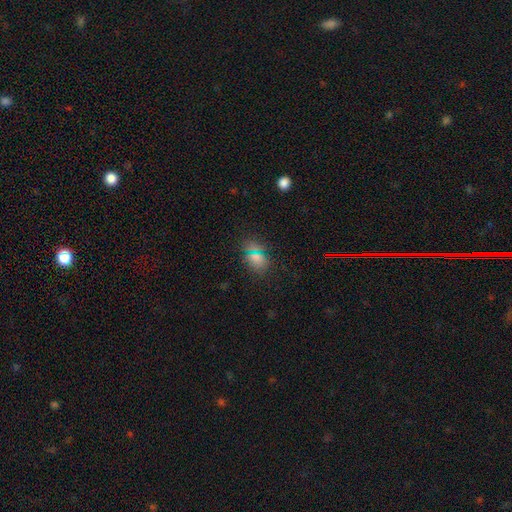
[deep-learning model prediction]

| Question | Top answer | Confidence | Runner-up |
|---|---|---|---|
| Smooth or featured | smooth | 67% | star or artifact (25%) |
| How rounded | in between | 60% | round (36%) |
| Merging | none | 83% | minor disturbance (11%) |